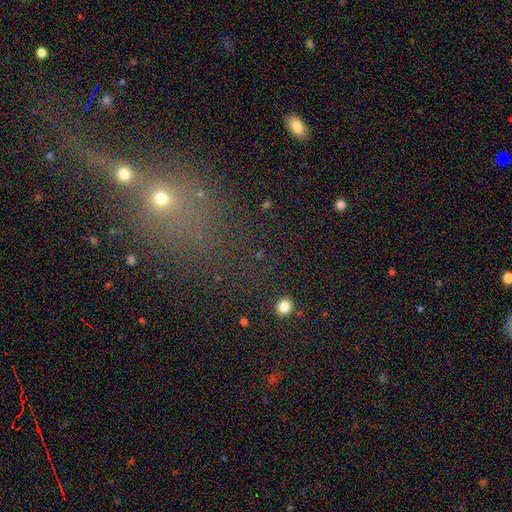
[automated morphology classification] Smooth or featured? Predicted: star or artifact (p=0.47).